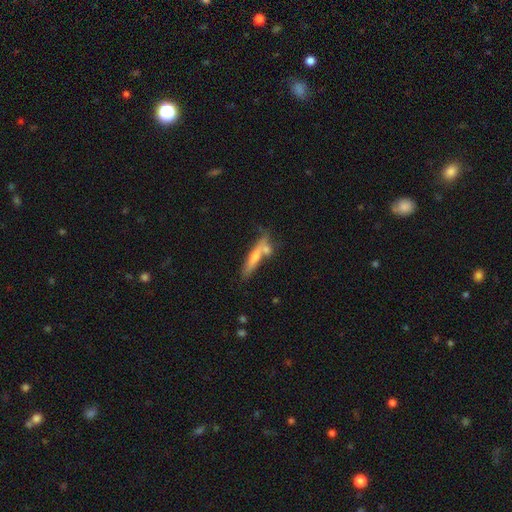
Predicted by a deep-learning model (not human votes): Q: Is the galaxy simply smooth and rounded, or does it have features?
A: smooth — 50%.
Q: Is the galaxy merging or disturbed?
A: none — 54%.